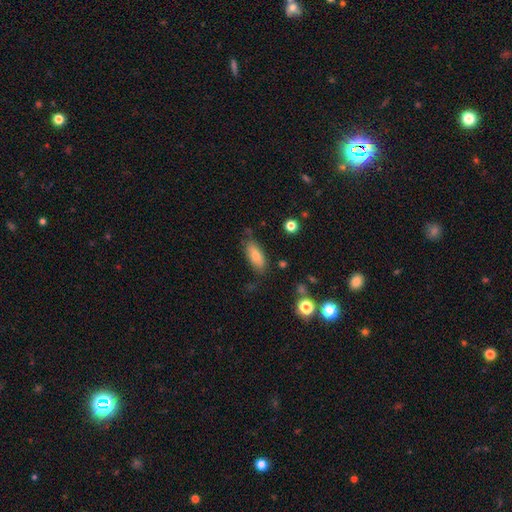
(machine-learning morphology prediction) Smooth or featured? Predicted: smooth (p=0.75). How rounded? Predicted: in between (p=0.76). Merging? Predicted: none (p=0.73).